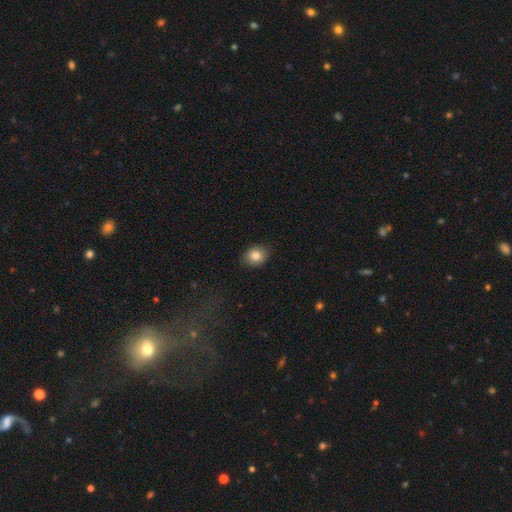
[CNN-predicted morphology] This is clearly a smooth galaxy (82%). How rounded: possibly in between (50%). Merging: clearly none (83%).